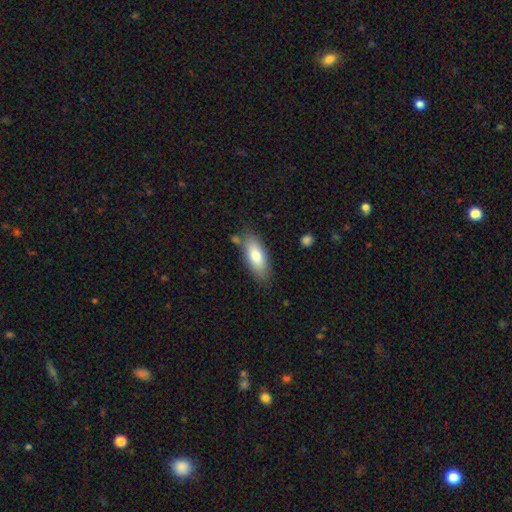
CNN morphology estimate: Overall: smooth (77%). How rounded: in between (76%). Merging: none (77%).